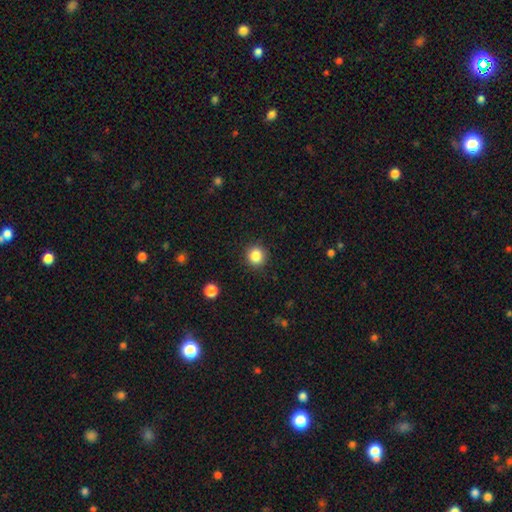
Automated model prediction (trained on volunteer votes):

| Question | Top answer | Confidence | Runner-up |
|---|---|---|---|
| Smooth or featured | smooth | 85% | star or artifact (10%) |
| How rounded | round | 92% | in between (7%) |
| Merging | none | 91% | minor disturbance (6%) |